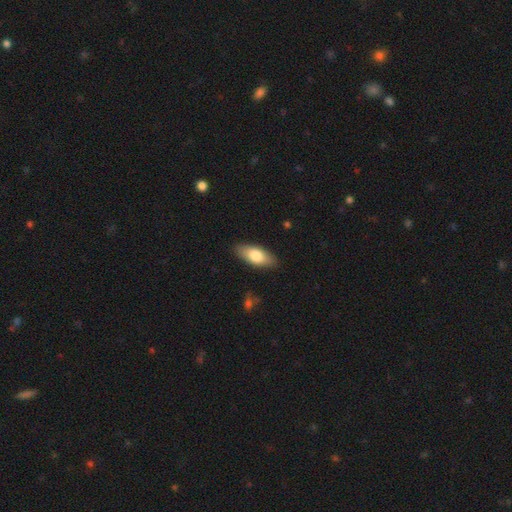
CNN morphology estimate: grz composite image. It shows a smooth galaxy with no disk features (77%) that is in between round and cigar-shaped (84%). Merging: none (87%).